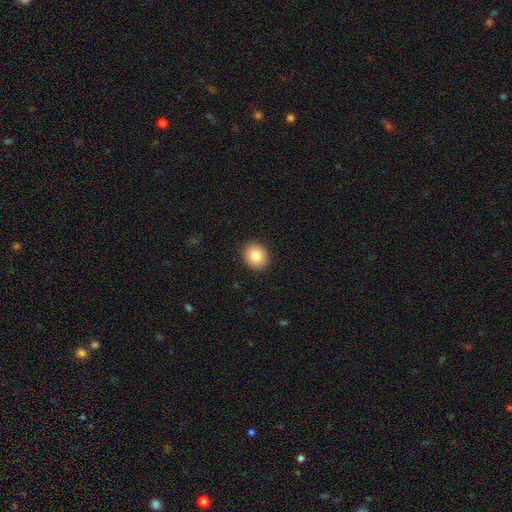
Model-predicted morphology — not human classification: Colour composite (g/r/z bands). It shows a smooth galaxy with no disk features (84%) that is round (73%). Merging: none (91%).